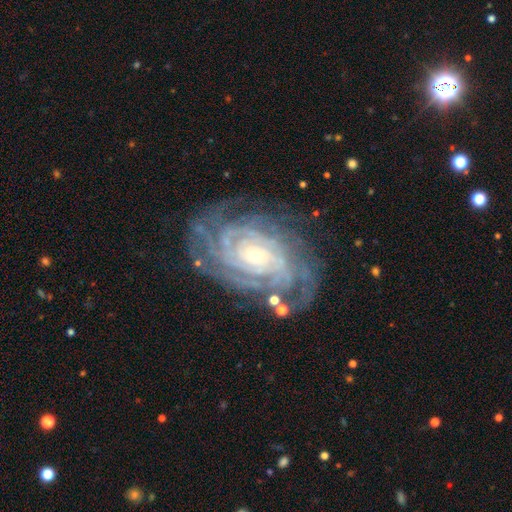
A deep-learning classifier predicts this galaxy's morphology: Smooth or featured? Predicted: featured or disk (p=0.91). Edge-on disk? Predicted: no (p=0.97). Bar? Predicted: no (p=0.69). Spiral arms? Predicted: yes (p=0.98). Spiral winding? Predicted: tight (p=0.82). Spiral arm count? Predicted: 4 (p=0.29). Bulge size? Predicted: small (p=0.81). Merging? Predicted: none (p=0.76).